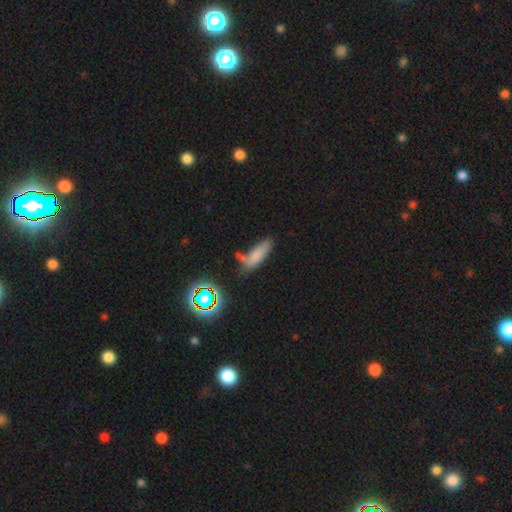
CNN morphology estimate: This is likely a smooth galaxy (73%). How rounded: possibly in between (52%). Merging: possibly none (49%).